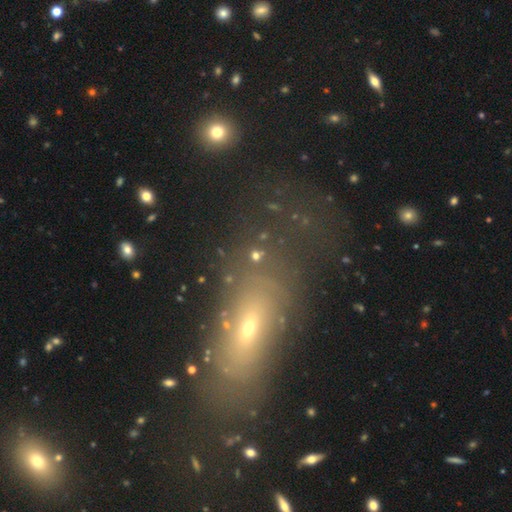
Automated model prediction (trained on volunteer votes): This appears to be a smooth galaxy with no disk features (53%) that is round (74%). Merging: none (73%).